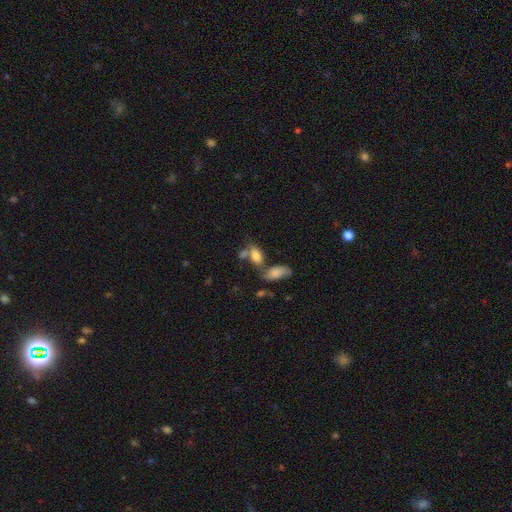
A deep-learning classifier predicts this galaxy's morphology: smooth_or_featured: smooth (p=0.78) [alt: featured or disk p=0.12]
how_rounded: in between (p=0.87) [alt: cigar-shaped p=0.06]
merging: merger (p=0.41) [alt: none p=0.39]